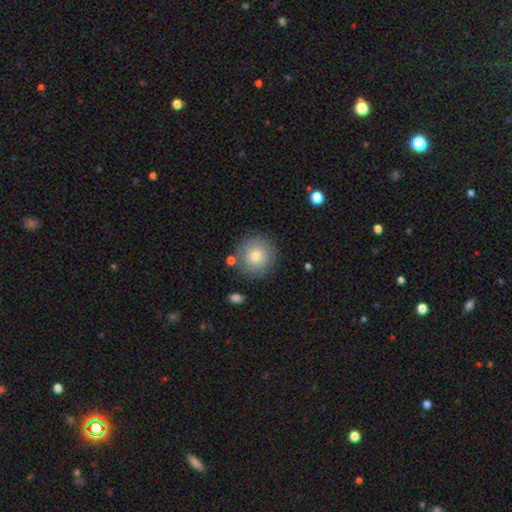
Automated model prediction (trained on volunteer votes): Smooth or featured? smooth (78%)
How rounded? round (95%)
Merging? none (84%)